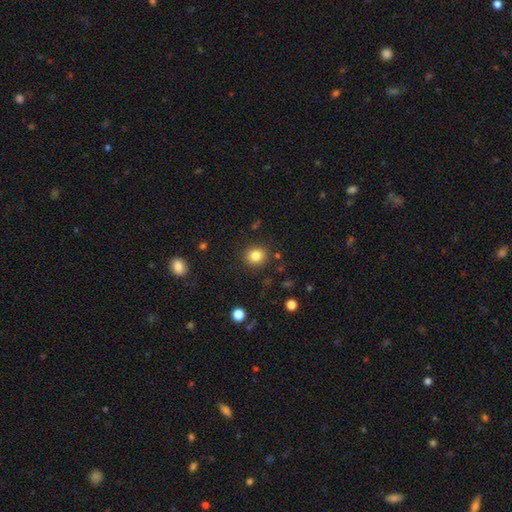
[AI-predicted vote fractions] Smooth or featured? Predicted: smooth (p=0.83). How rounded? Predicted: round (p=0.80). Merging? Predicted: none (p=0.88).